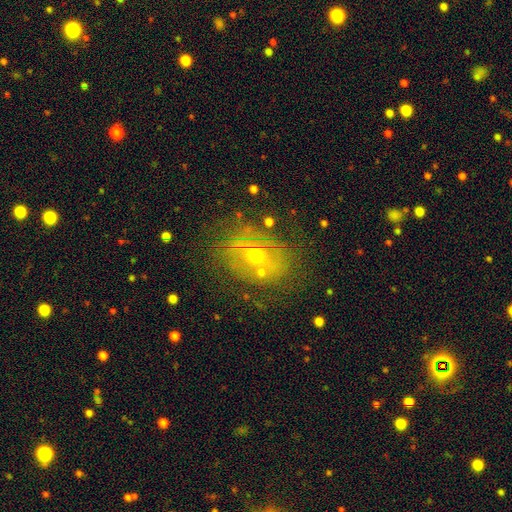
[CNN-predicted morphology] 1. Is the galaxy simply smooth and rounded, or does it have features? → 54% featured or disk, 33% smooth, 13% star or artifact.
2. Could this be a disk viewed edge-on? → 95% no, 5% yes.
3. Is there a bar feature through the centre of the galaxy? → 82% no, 14% weak, 4% strong.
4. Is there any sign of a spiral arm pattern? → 55% no, 45% yes.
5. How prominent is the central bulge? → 51% moderate, 44% small, 3% large, 1% none, 1% dominant.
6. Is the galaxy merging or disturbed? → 64% none, 20% minor disturbance, 11% major disturbance, 5% merger.